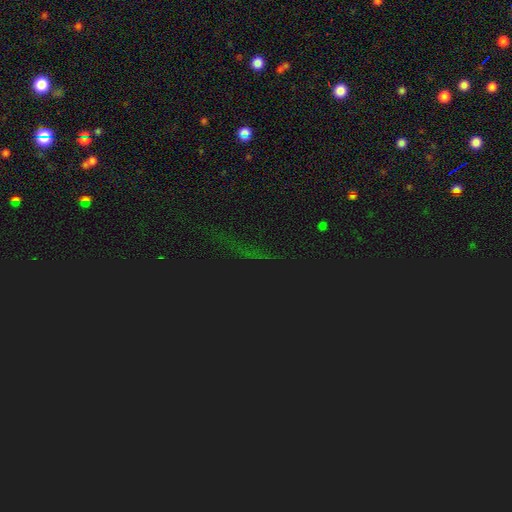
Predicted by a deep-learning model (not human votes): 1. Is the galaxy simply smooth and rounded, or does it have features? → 80% star or artifact, 13% smooth, 7% featured or disk.